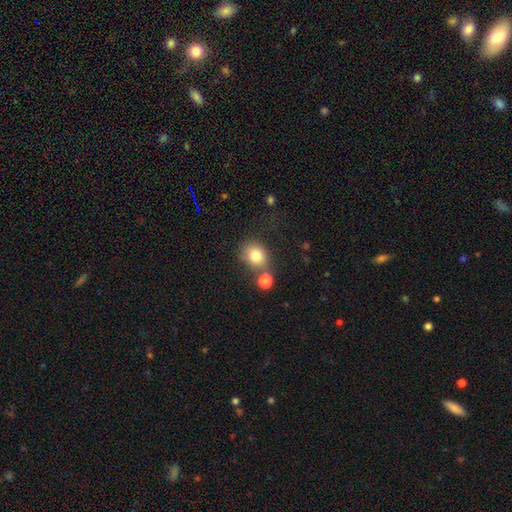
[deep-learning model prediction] Overall: smooth (79%). How rounded: round (65%; in between 34%). Merging: none (51%; merger 28%).